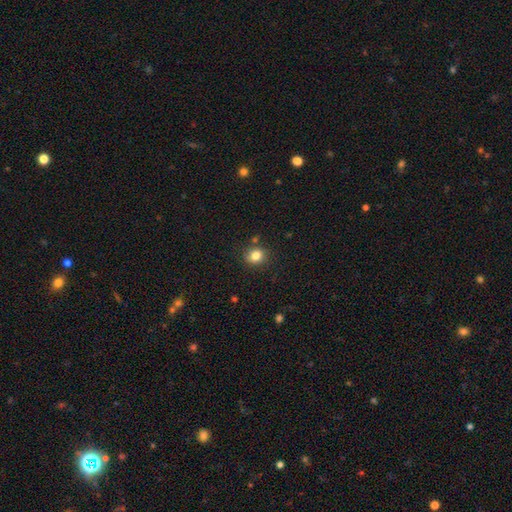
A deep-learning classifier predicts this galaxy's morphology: A smooth galaxy with no disk features (82%) that is round (76%). Merging: none (83%).